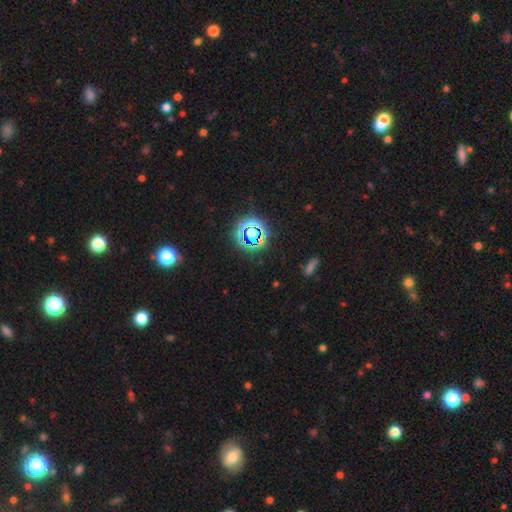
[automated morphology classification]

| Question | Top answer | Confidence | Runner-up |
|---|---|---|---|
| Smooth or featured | star or artifact | 76% | smooth (16%) |